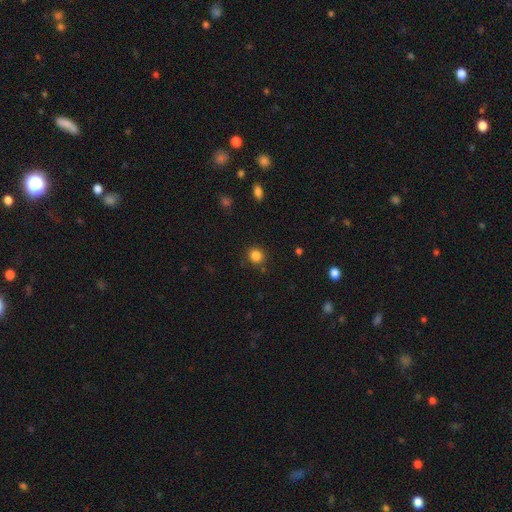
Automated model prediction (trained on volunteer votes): The model was most divided on "how rounded": round: 85%, in between: 14%, cigar-shaped: 1%. More confident: merging — none (86%); smooth or featured — smooth (84%).